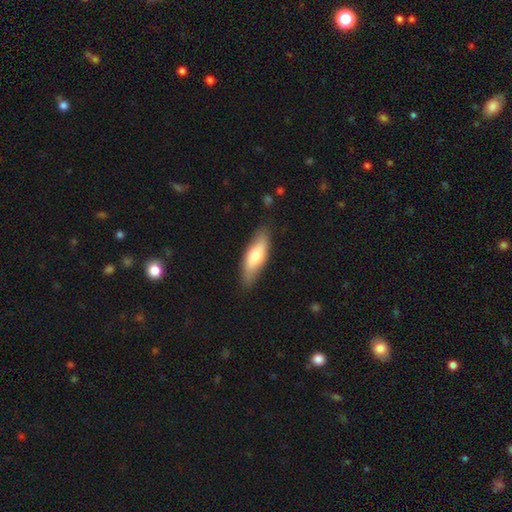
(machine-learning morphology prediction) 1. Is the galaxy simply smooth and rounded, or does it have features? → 64% smooth, 30% featured or disk, 5% star or artifact.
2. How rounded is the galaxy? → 57% in between, 41% cigar-shaped, 2% round.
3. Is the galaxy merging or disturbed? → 83% none, 14% minor disturbance, 3% major disturbance, 1% merger.